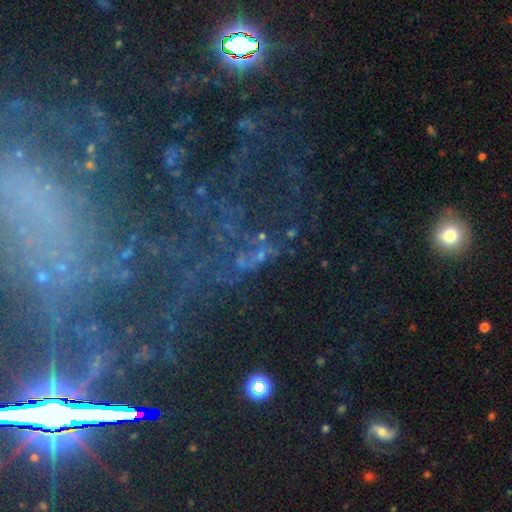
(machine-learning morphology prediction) Smooth or featured? Predicted: star or artifact (p=0.55).